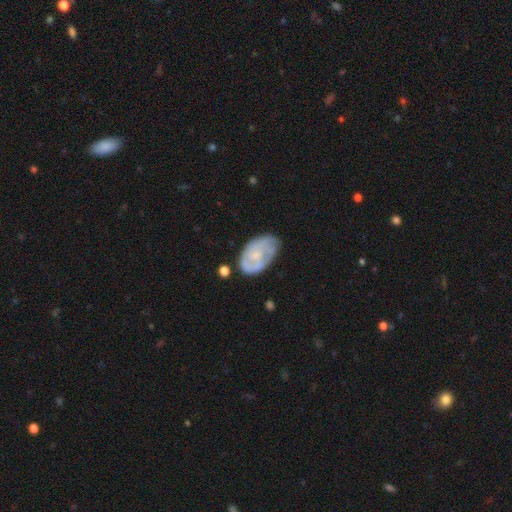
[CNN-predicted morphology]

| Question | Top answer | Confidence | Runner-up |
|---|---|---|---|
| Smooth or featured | featured or disk | 60% | smooth (34%) |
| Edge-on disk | no | 96% | yes (4%) |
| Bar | no | 76% | weak (21%) |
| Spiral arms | yes | 68% | no (32%) |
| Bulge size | small | 62% | moderate (24%) |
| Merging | none | 59% | minor disturbance (28%) |